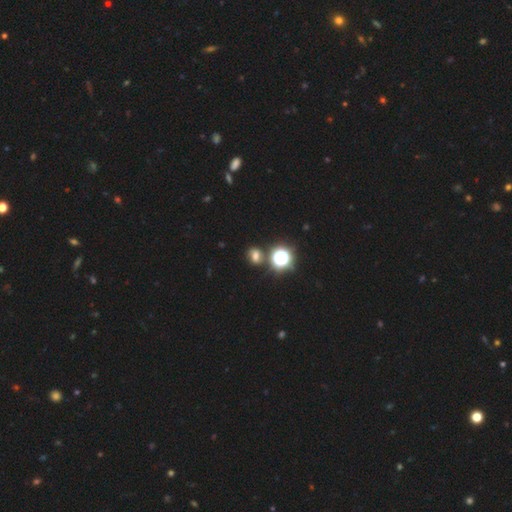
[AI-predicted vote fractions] Smooth or featured?
  - smooth: 54% *
  - star or artifact: 33%
  - featured or disk: 12%
How rounded?
  - round: 55% *
  - in between: 43%
  - cigar-shaped: 1%
Merging?
  - none: 69% *
  - minor disturbance: 14%
  - merger: 12%
  - major disturbance: 6%